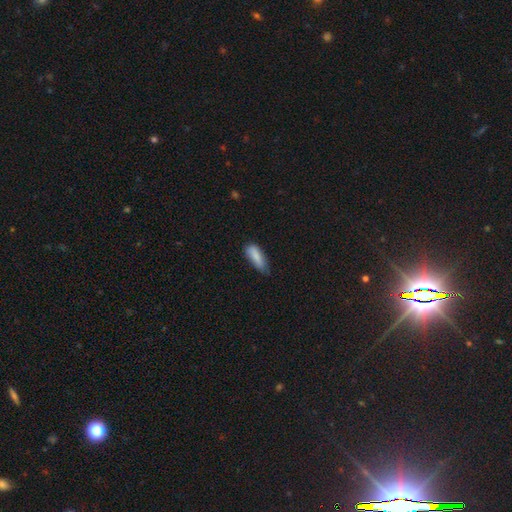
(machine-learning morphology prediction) smooth_or_featured: smooth (p=0.84) [alt: featured or disk p=0.09]
how_rounded: in between (p=0.63) [alt: cigar-shaped p=0.35]
merging: none (p=0.50) [alt: minor disturbance p=0.40]